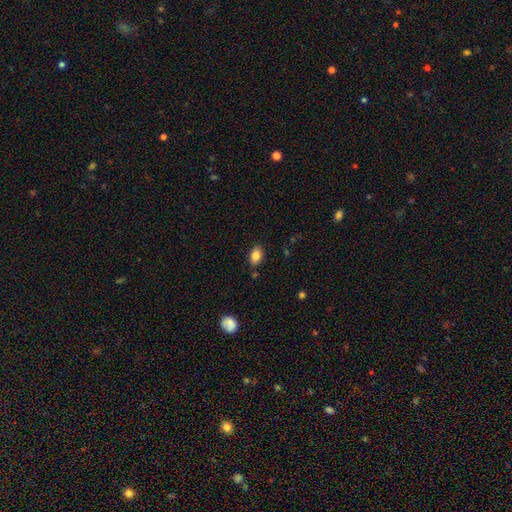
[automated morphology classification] smooth 85%, star or artifact 9%, featured or disk 6%. Down the decision tree: how rounded — in between (87%); merging — none (83%).